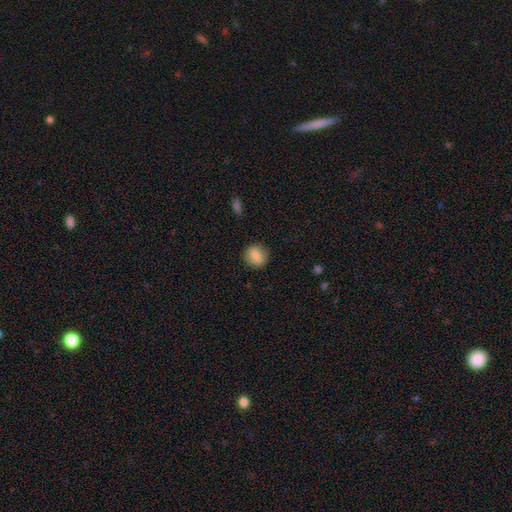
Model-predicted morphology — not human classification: type=smooth (81%); roundness=round (84%); merging=none (88%).